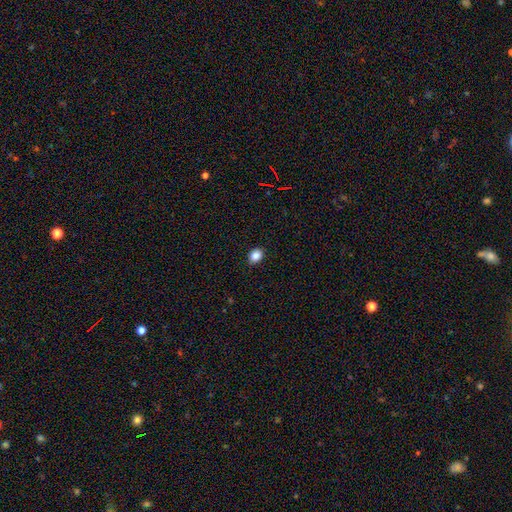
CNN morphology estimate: Smooth or featured?
  - smooth: 86% *
  - star or artifact: 10%
  - featured or disk: 4%
How rounded?
  - in between: 60% *
  - round: 39%
  - cigar-shaped: 1%
Merging?
  - none: 90% *
  - minor disturbance: 7%
  - major disturbance: 2%
  - merger: 1%